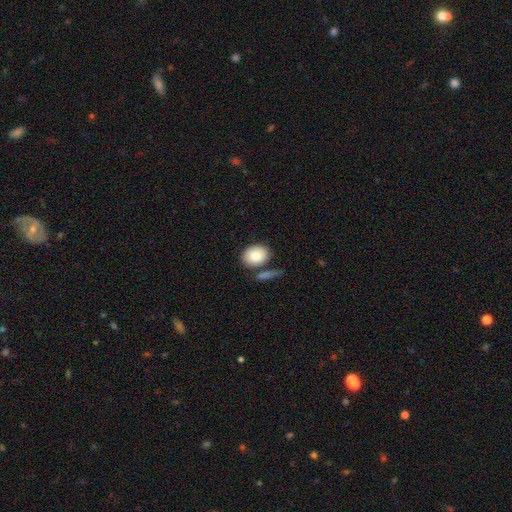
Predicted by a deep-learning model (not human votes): Smooth or featured? Predicted: smooth (p=0.85). How rounded? Predicted: in between (p=0.67). Merging? Predicted: none (p=0.66).